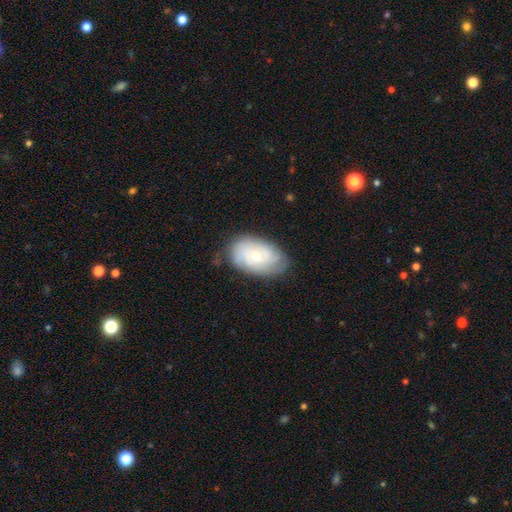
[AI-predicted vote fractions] This appears to be a featured or disk galaxy (65%) with no bar (70%), tight (66%) spiral arms (88%) and a small central bulge (60%). Merging: none (74%).